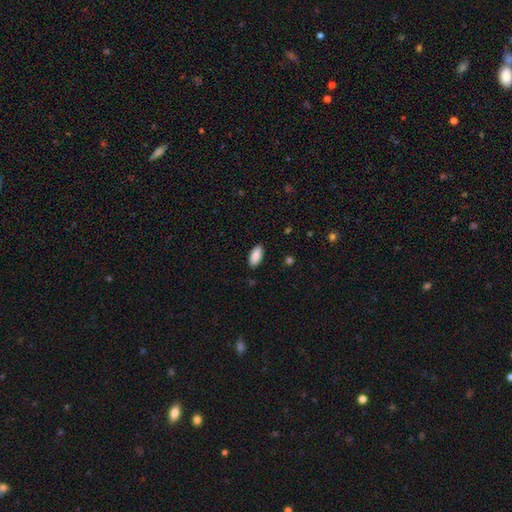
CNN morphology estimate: smooth-or-featured: smooth: 90% | star or artifact: 6% | featured or disk: 4%
  how-rounded: in between: 90% | cigar-shaped: 8% | round: 2%
  merging: none: 89% | minor disturbance: 9% | major disturbance: 2% | merger: 1%